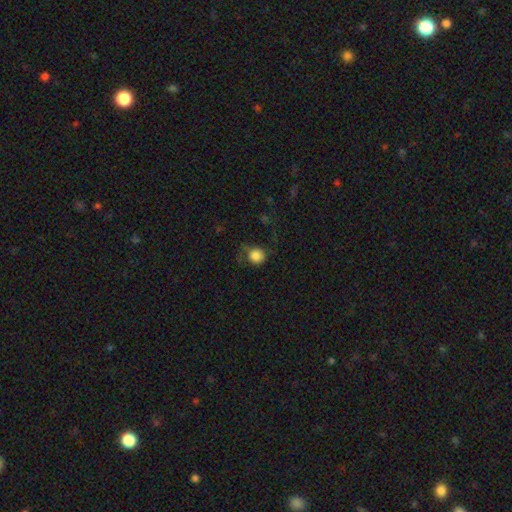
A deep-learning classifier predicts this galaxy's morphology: This appears to be a smooth galaxy with no disk features (83%) that is round (90%). Merging: none (61%).